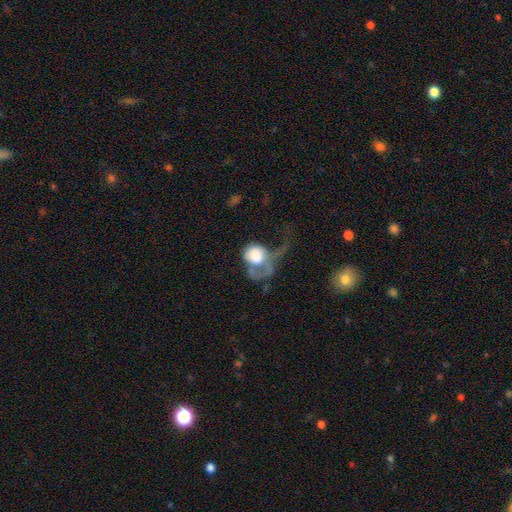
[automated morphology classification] Overall: smooth (57%; featured or disk 35%). How rounded: round (59%; in between 40%). Merging: major disturbance (66%).